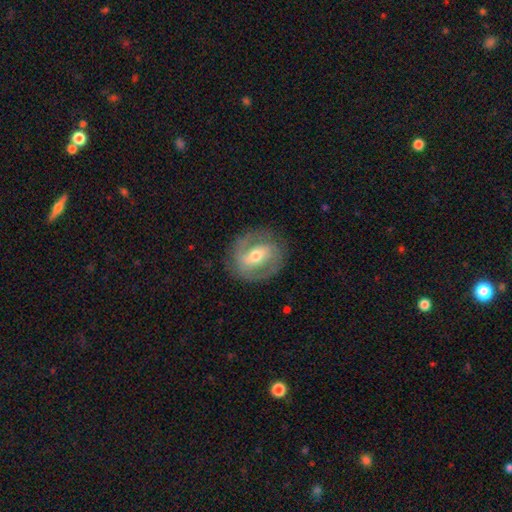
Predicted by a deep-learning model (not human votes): featured or disk 74%, smooth 20%, star or artifact 6%. Down the decision tree: edge-on disk — no (95%); bar — strong (40%); spiral arms — yes (76%); spiral arm count — 2 (80%); spiral winding — medium (42%, tied with tight); bulge size — moderate (65%); merging — none (81%).